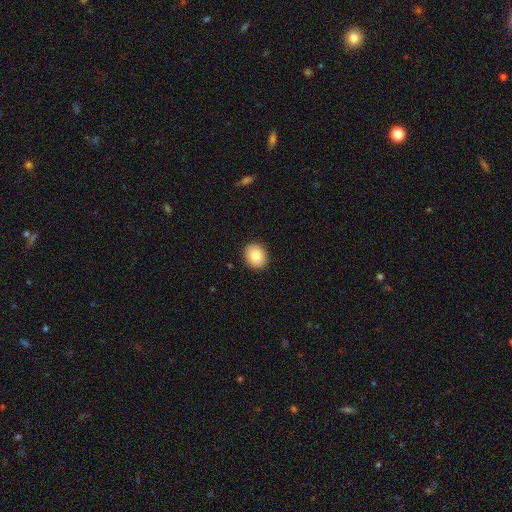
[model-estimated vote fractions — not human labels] Smooth or featured?
  - smooth: 85% *
  - featured or disk: 8%
  - star or artifact: 7%
How rounded?
  - round: 51% *
  - in between: 48%
  - cigar-shaped: 1%
Merging?
  - none: 90% *
  - minor disturbance: 7%
  - major disturbance: 2%
  - merger: 1%